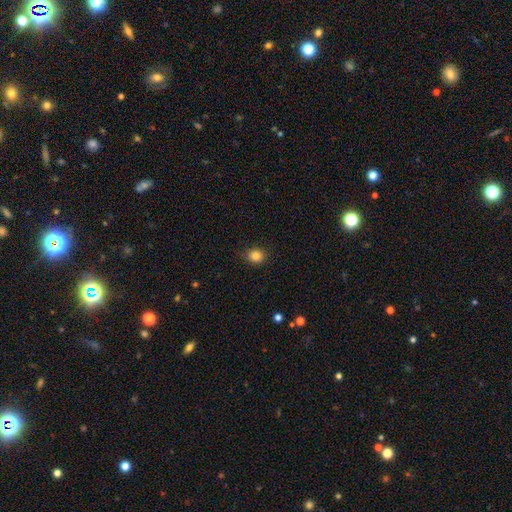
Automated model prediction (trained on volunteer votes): Smooth or featured? Predicted: smooth (p=0.84). How rounded? Predicted: round (p=0.82). Merging? Predicted: none (p=0.84).